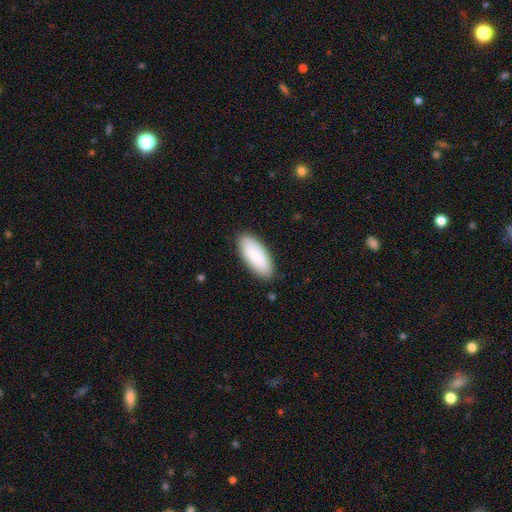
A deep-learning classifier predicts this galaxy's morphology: This appears to be a smooth galaxy with no disk features (87%) that is in between round and cigar-shaped (82%). Merging: none (87%).